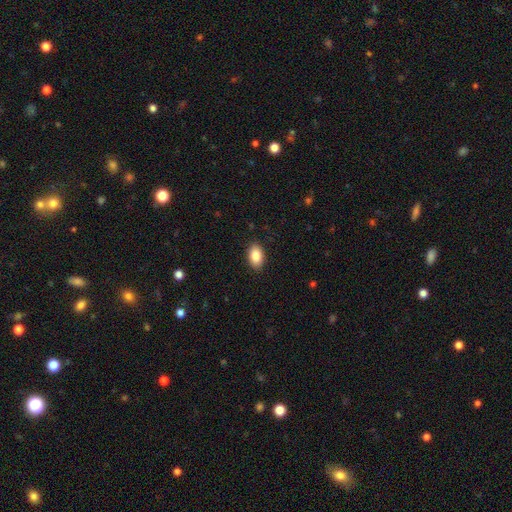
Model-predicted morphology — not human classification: smooth 87%, star or artifact 7%, featured or disk 6%. Down the decision tree: how rounded — in between (91%); merging — none (89%).